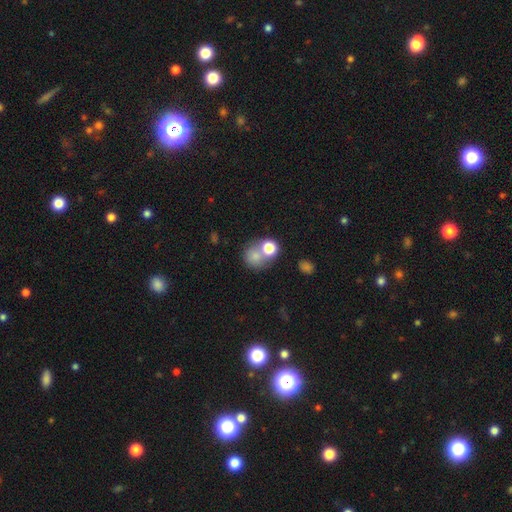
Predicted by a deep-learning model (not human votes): The model was most divided on "merging": merger: 44%, none: 40%, minor disturbance: 10%, major disturbance: 6%. More confident: how rounded — round (77%); smooth or featured — smooth (75%).